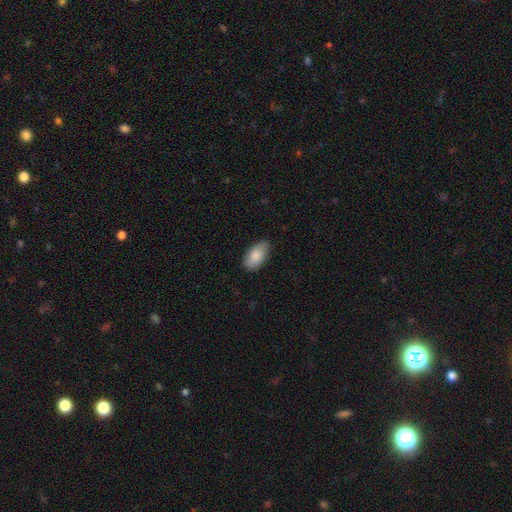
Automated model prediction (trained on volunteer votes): smooth 85%, featured or disk 9%, star or artifact 6%. Down the decision tree: how rounded — in between (94%); merging — none (82%).